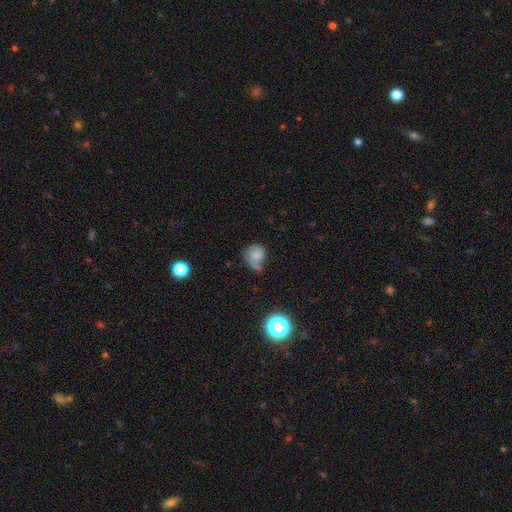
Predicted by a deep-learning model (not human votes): Smooth or featured? Predicted: smooth (p=0.54). How rounded? Predicted: round (p=0.66). Merging? Predicted: none (p=0.36).